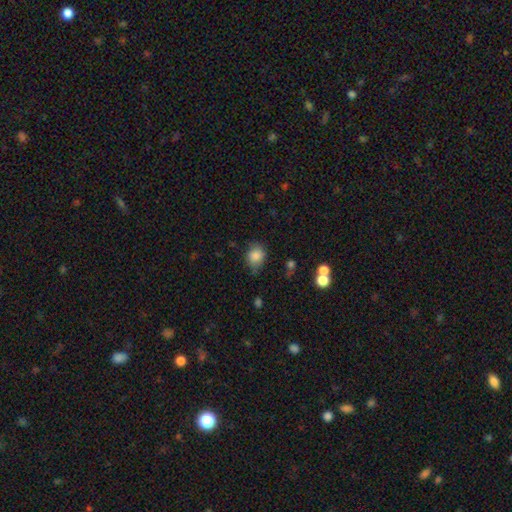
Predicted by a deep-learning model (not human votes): Smooth or featured? Predicted: smooth (p=0.84). How rounded? Predicted: round (p=0.65). Merging? Predicted: none (p=0.63).